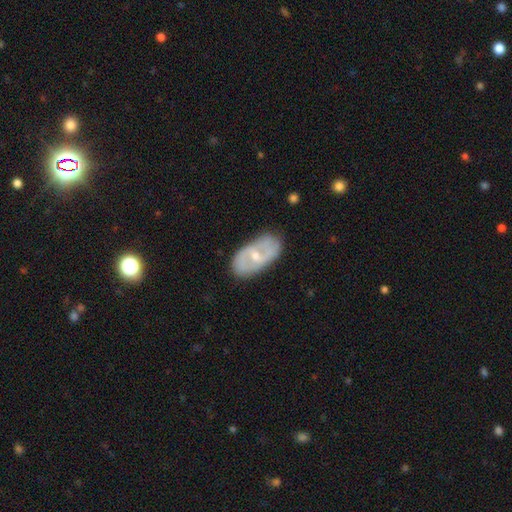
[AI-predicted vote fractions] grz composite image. It shows a featured or disk galaxy (69%) with a weak bar (51%), 2 (75%) medium (43%) spiral arms (78%) and a small central bulge (53%). Merging: none (75%).